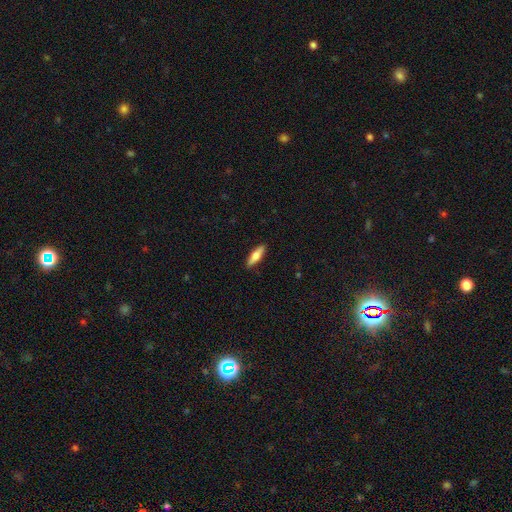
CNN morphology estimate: Q: Smooth or featured?
A: smooth (70%); runner-up: featured or disk (25%)
Q: How rounded?
A: cigar-shaped (59%); runner-up: in between (39%)
Q: Merging?
A: none (90%); runner-up: minor disturbance (8%)